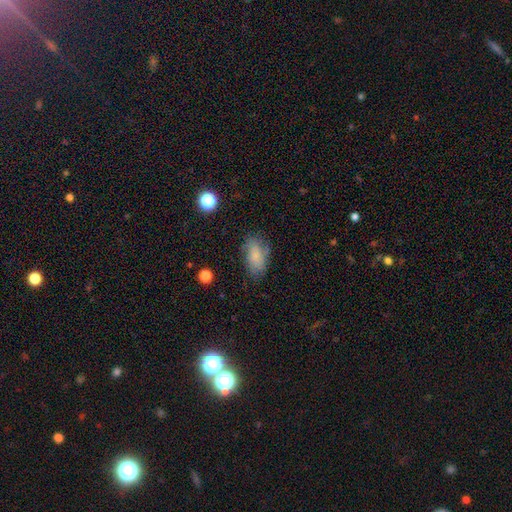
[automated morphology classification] Overall: smooth (76%). How rounded: in between (91%). Merging: none (68%).